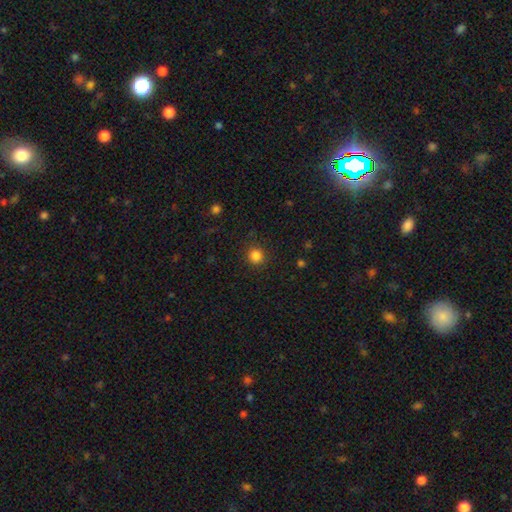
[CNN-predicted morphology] The model was most divided on "smooth or featured": smooth: 84%, star or artifact: 12%, featured or disk: 4%. More confident: how rounded — round (93%); merging — none (90%).